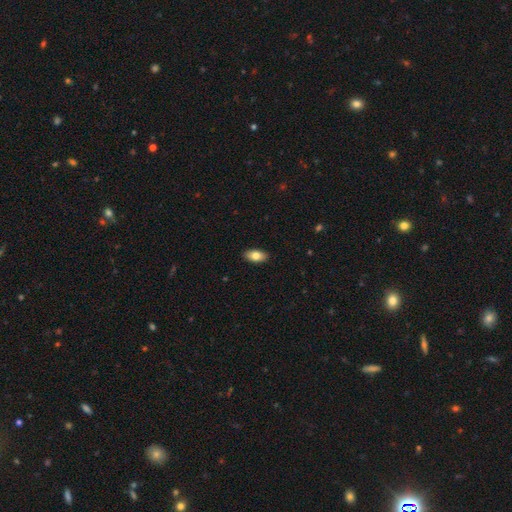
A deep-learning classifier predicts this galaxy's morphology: type=smooth (79%); roundness=in between (92%); merging=none (90%).